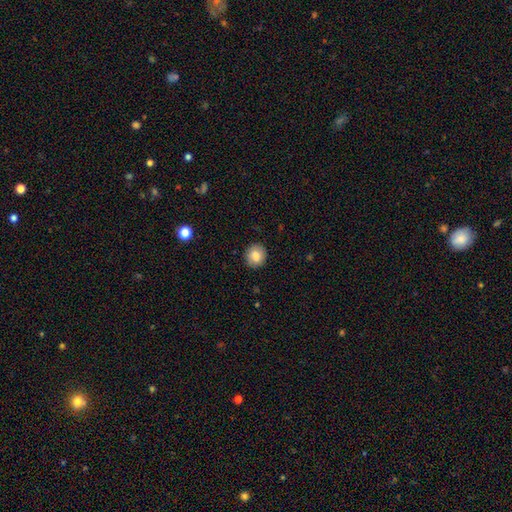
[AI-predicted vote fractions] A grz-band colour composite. It shows a smooth galaxy with no disk features (84%) that is round (82%). Merging: none (90%).